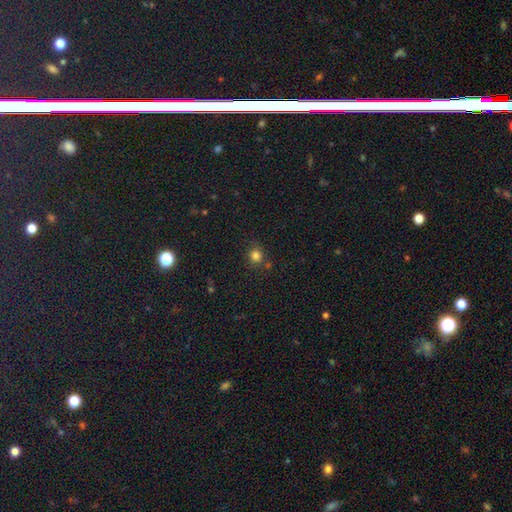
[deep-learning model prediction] Smooth or featured?
  - smooth: 80% *
  - star or artifact: 15%
  - featured or disk: 5%
How rounded?
  - round: 82% *
  - in between: 17%
  - cigar-shaped: 1%
Merging?
  - none: 74% *
  - minor disturbance: 13%
  - merger: 9%
  - major disturbance: 4%